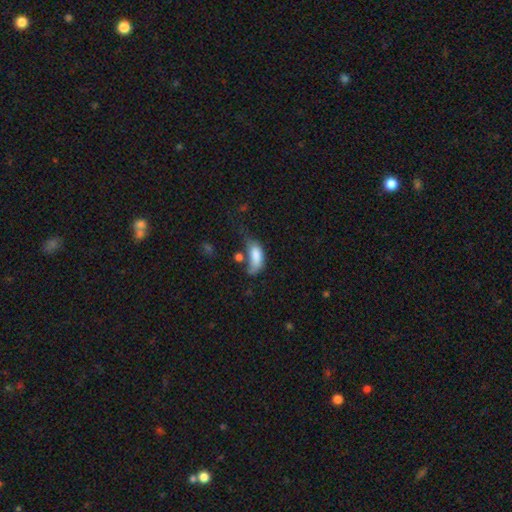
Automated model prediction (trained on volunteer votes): Smooth or featured?
  - smooth: 77% *
  - featured or disk: 15%
  - star or artifact: 8%
How rounded?
  - in between: 89% *
  - cigar-shaped: 8%
  - round: 4%
Merging?
  - major disturbance: 36% *
  - minor disturbance: 25%
  - none: 21%
  - merger: 19%